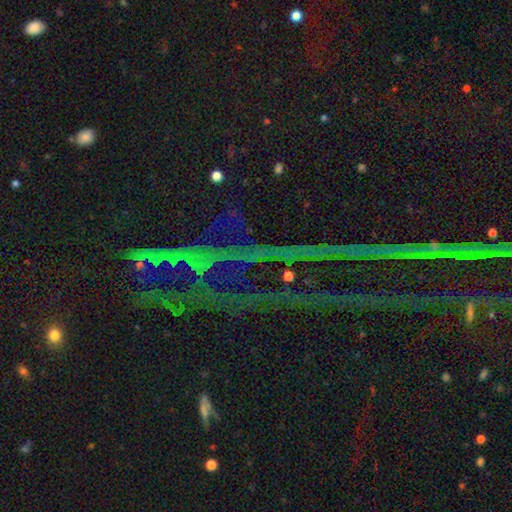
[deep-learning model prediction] star or artifact 85%, featured or disk 8%, smooth 7%.